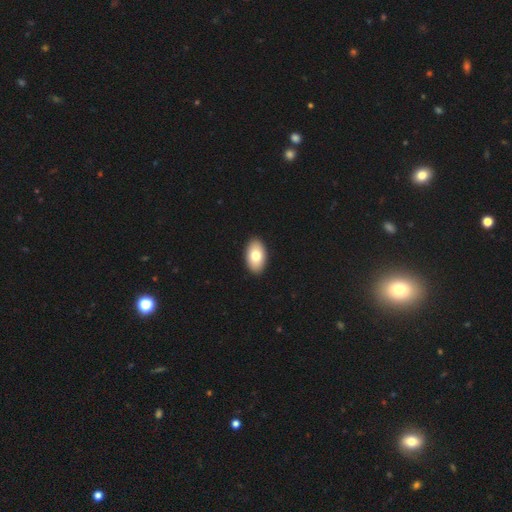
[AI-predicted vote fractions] smooth_or_featured: smooth (p=0.78) [alt: featured or disk p=0.16]
how_rounded: in between (p=0.94) [alt: round p=0.05]
merging: none (p=0.92) [alt: minor disturbance p=0.06]